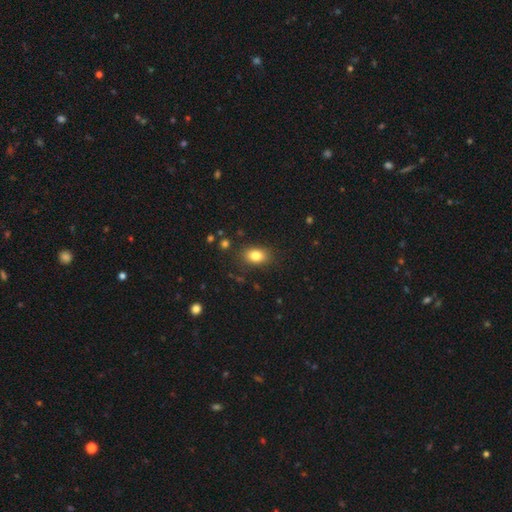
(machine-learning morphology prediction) The model was most divided on "how rounded": in between: 78%, round: 20%, cigar-shaped: 1%. More confident: merging — none (85%); smooth or featured — smooth (83%).